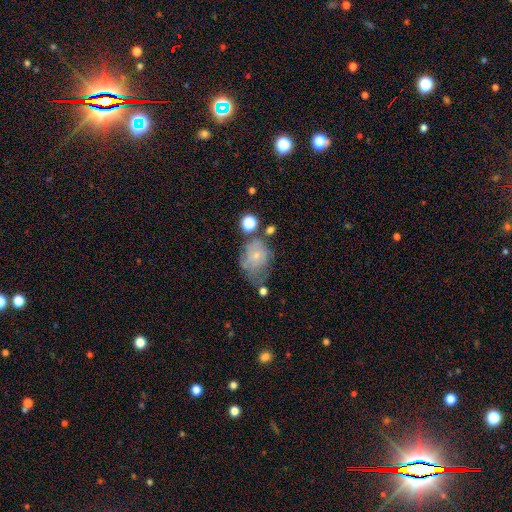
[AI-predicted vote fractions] A smooth galaxy with no disk features (52%) that is in between round and cigar-shaped (55%). Merging: none (33%).